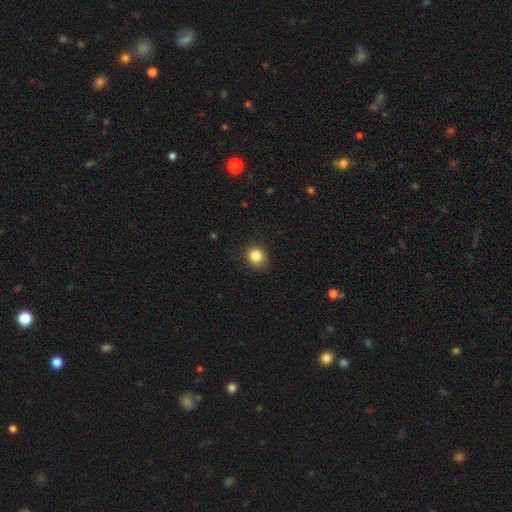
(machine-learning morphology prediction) Smooth or featured? Predicted: smooth (p=0.84). How rounded? Predicted: round (p=0.79). Merging? Predicted: none (p=0.80).